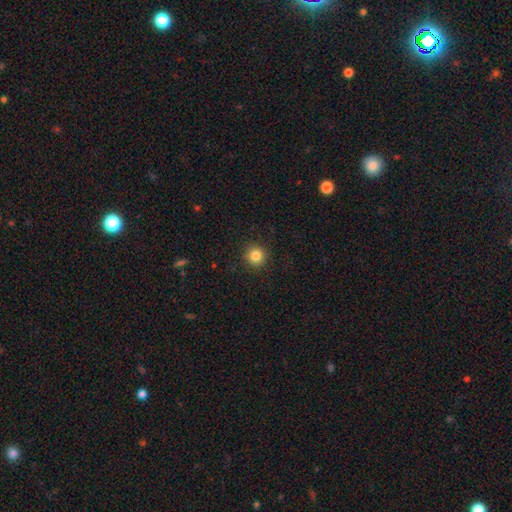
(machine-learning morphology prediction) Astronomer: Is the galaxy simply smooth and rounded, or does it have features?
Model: smooth — 84%.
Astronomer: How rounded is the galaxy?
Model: round — 94%.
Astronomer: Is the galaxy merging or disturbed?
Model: none — 92%.